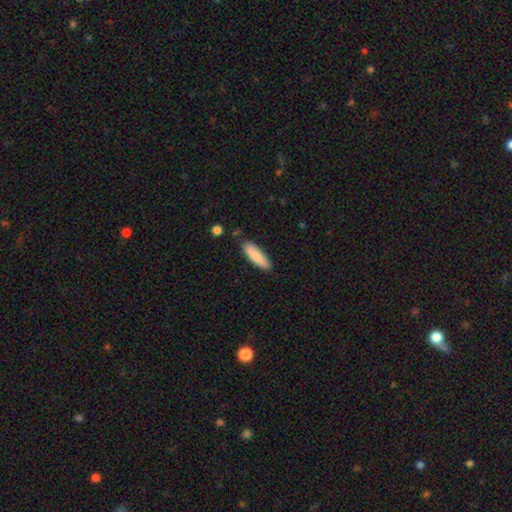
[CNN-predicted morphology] type=smooth (86%); roundness=cigar-shaped (63%); merging=none (85%).